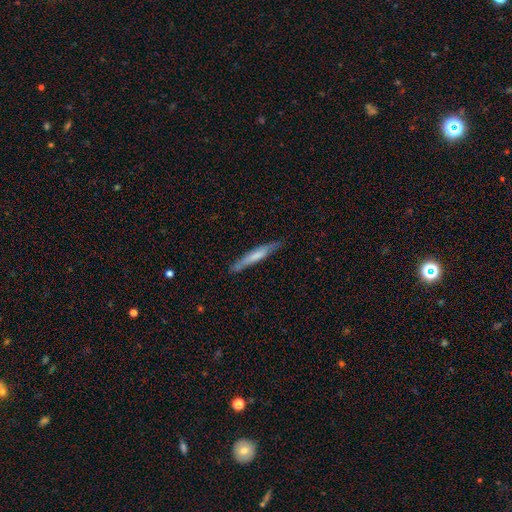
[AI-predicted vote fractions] Morphology: type=smooth (58%); roundness=cigar-shaped (93%); merging=none (83%).